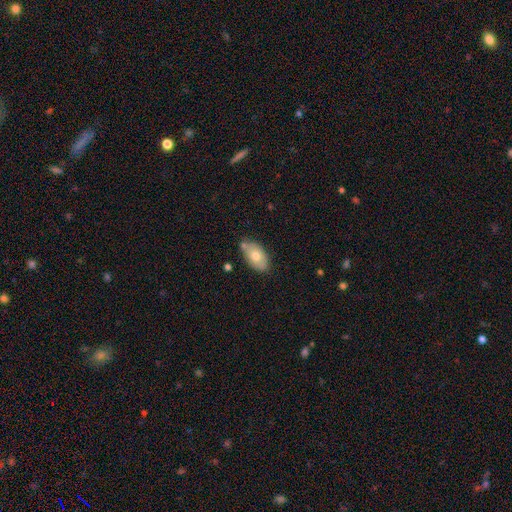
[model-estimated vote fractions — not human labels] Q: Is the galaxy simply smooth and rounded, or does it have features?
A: smooth — 70%.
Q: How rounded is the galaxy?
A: in between — 92%.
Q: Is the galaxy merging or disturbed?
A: none — 69%.